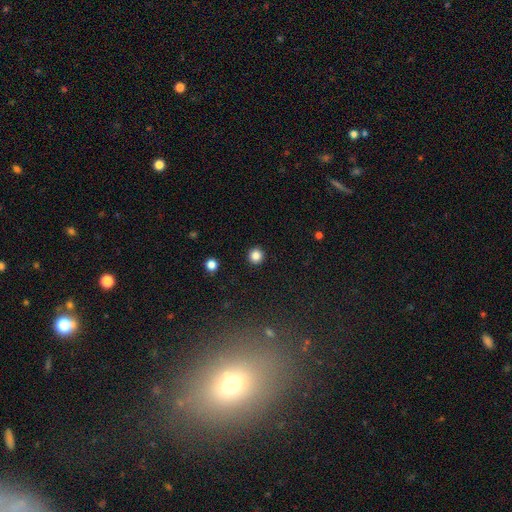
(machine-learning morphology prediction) Q: Smooth or featured?
A: smooth (85%); runner-up: star or artifact (12%)
Q: How rounded?
A: round (95%); runner-up: in between (4%)
Q: Merging?
A: none (93%); runner-up: minor disturbance (4%)